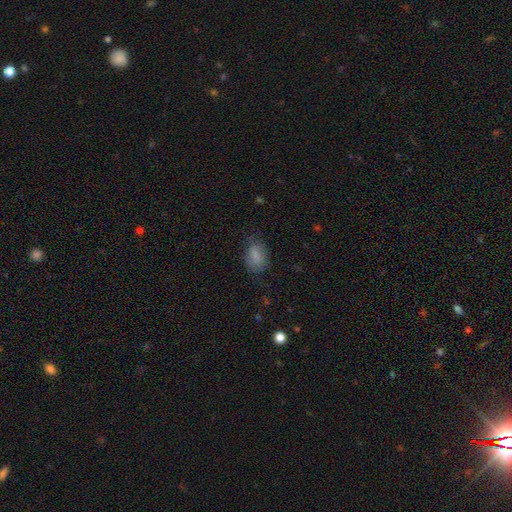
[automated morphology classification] A smooth galaxy with no disk features (81%) that is in between round and cigar-shaped (84%).

Vote fractions:
- Smooth or featured? smooth: 81% / star or artifact: 10% / featured or disk: 9%
- How rounded? in between: 84% / round: 14% / cigar-shaped: 2%
- Merging? none: 66% / minor disturbance: 24% / major disturbance: 9% / merger: 1%